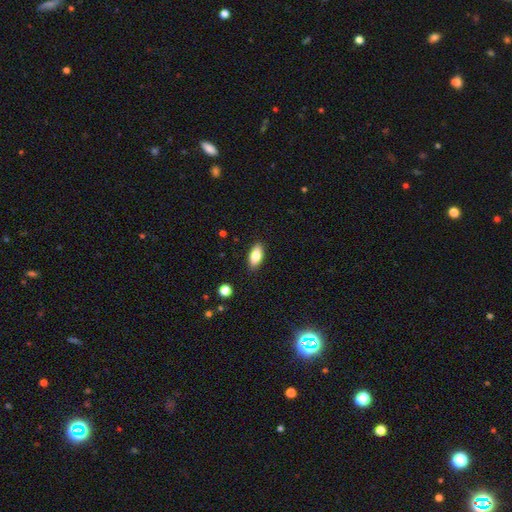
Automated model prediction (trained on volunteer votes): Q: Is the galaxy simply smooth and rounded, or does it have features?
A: smooth — 82%.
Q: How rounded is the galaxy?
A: in between — 88%.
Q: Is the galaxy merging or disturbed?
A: none — 88%.